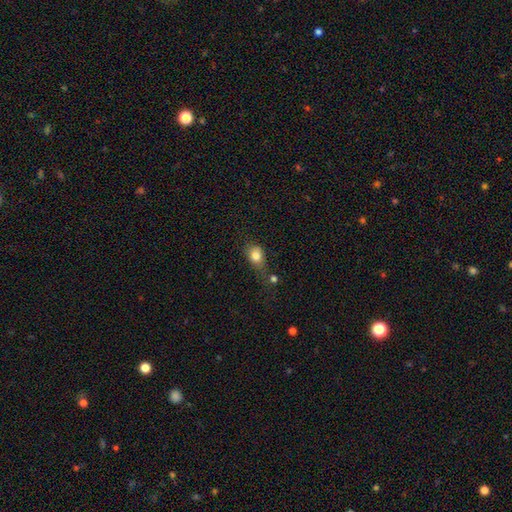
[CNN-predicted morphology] Smooth or featured? Predicted: smooth (p=0.82). How rounded? Predicted: in between (p=0.57). Merging? Predicted: none (p=0.38).